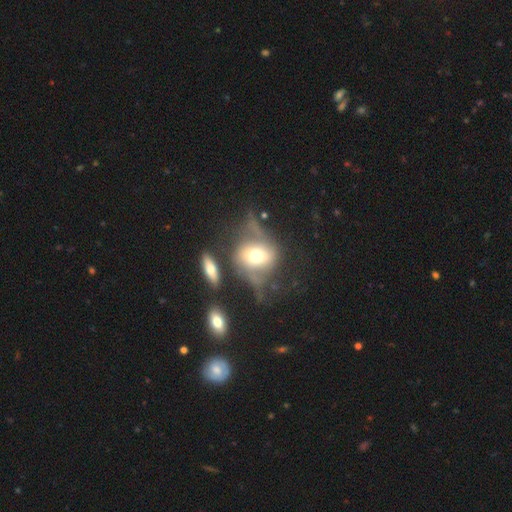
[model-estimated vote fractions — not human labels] smooth-or-featured: featured or disk: 50% | smooth: 41% | star or artifact: 10%
  merging: none: 39% | major disturbance: 29% | minor disturbance: 22% | merger: 9%